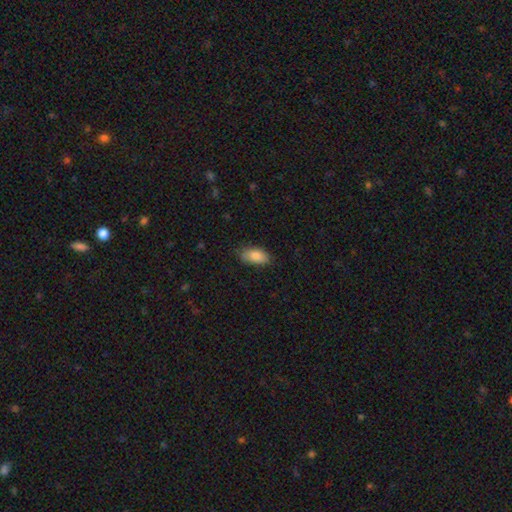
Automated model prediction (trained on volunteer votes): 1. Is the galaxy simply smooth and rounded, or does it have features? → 85% smooth, 8% featured or disk, 7% star or artifact.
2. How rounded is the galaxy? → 91% in between, 5% cigar-shaped, 3% round.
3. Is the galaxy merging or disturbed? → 78% none, 17% minor disturbance, 3% major disturbance, 1% merger.